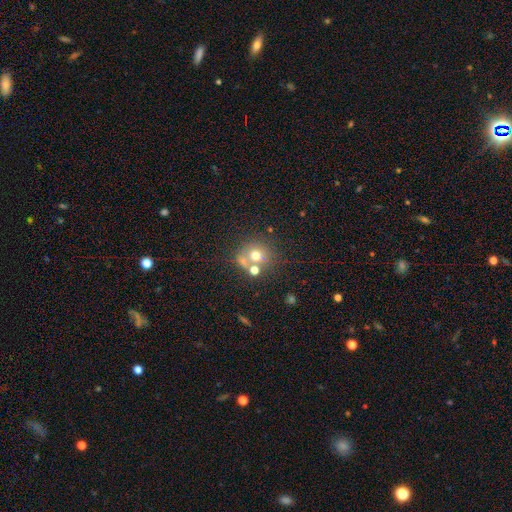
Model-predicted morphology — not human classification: smooth_or_featured: smooth (p=0.64) [alt: featured or disk p=0.19]
how_rounded: round (p=0.84) [alt: in between p=0.15]
merging: none (p=0.53) [alt: merger p=0.30]